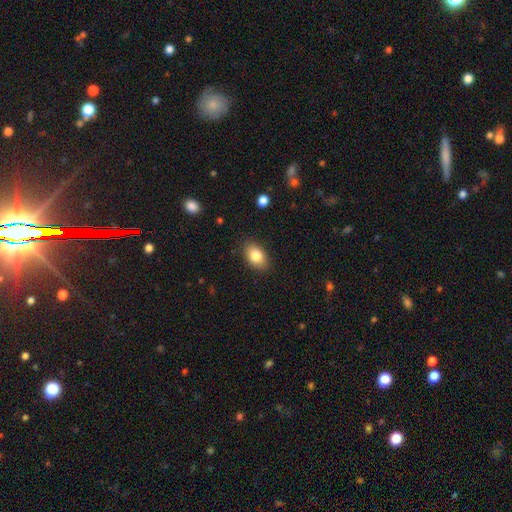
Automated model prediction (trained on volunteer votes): The model was most divided on "how rounded": in between: 85%, round: 13%, cigar-shaped: 2%. More confident: merging — none (86%); smooth or featured — smooth (83%).